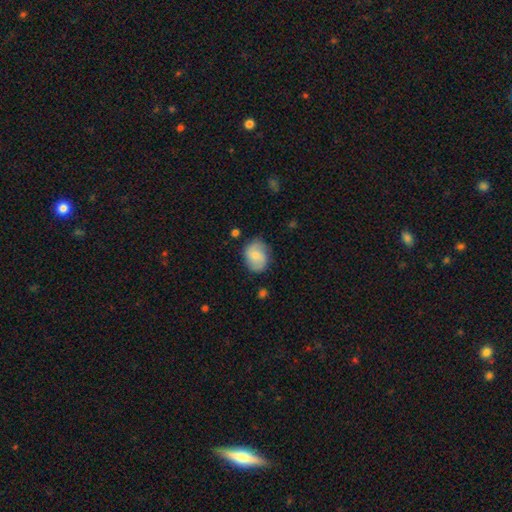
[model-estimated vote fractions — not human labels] This is possibly a smooth galaxy (60%). How rounded: possibly round (50%). Merging: likely none (74%).